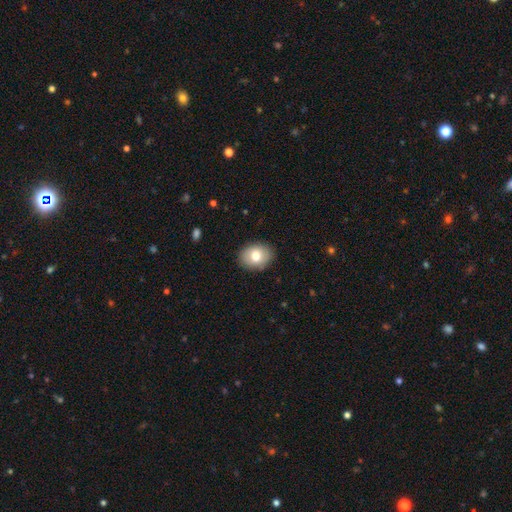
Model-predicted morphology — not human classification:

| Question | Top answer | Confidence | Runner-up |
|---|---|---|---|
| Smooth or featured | smooth | 77% | featured or disk (15%) |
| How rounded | in between | 59% | round (40%) |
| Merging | none | 88% | minor disturbance (9%) |